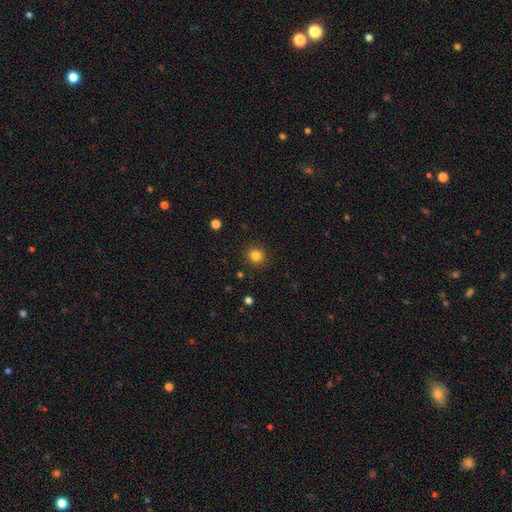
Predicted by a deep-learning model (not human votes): Smooth or featured? Predicted: smooth (p=0.82). How rounded? Predicted: round (p=0.89). Merging? Predicted: none (p=0.91).